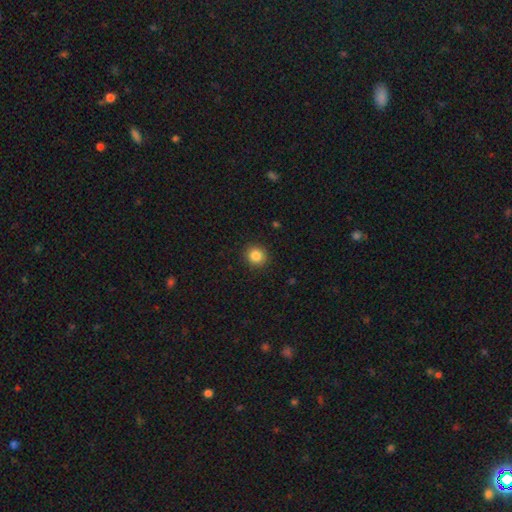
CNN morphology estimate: smooth_or_featured: smooth (p=0.86) [alt: star or artifact p=0.10]
how_rounded: round (p=0.88) [alt: in between p=0.11]
merging: none (p=0.91) [alt: minor disturbance p=0.06]